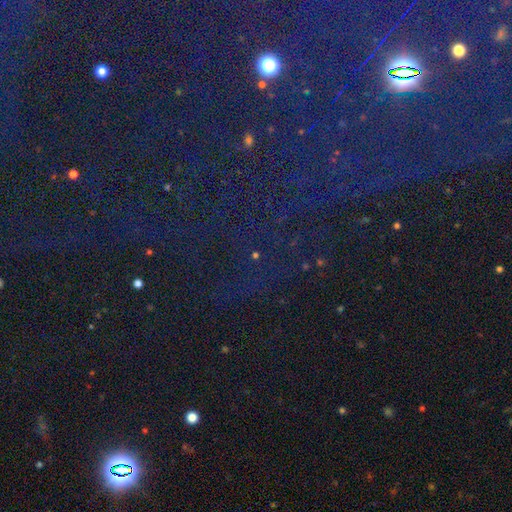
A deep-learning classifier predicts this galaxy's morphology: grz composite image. It shows a star or artifact, not a galaxy (77%).